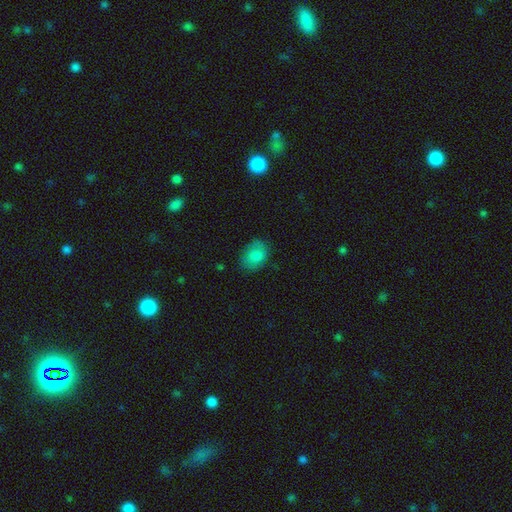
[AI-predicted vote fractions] Morphology: type=smooth (81%); roundness=in between (74%); merging=none (72%).